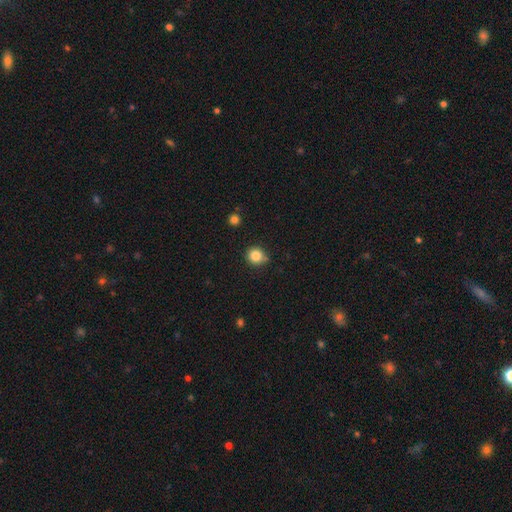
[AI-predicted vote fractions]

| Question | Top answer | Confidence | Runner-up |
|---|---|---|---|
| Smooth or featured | smooth | 84% | star or artifact (11%) |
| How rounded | round | 88% | in between (12%) |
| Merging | none | 79% | minor disturbance (15%) |